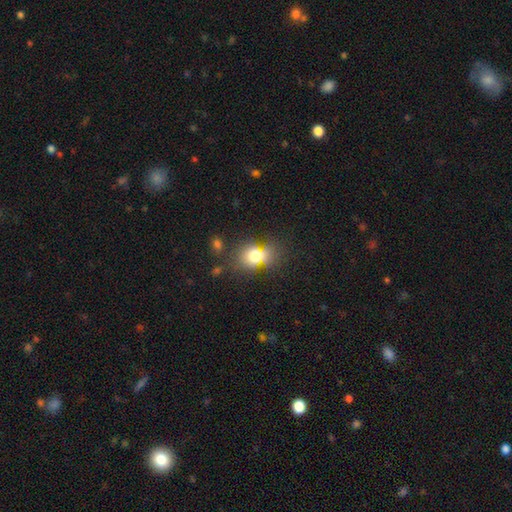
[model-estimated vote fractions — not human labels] smooth-or-featured: smooth: 71% | featured or disk: 15% | star or artifact: 14%
  how-rounded: in between: 52% | round: 46% | cigar-shaped: 2%
  merging: none: 55% | minor disturbance: 21% | major disturbance: 12% | merger: 12%